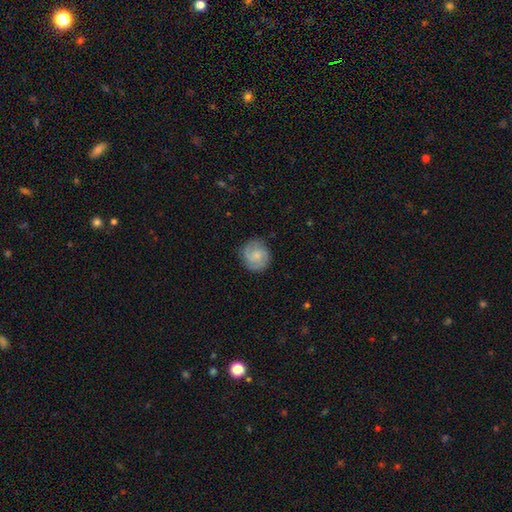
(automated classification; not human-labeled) The model was most divided on "spiral winding": tight: 53%, medium: 37%, loose: 10%. Remaining: edge-on disk — no (98%); spiral arms — yes (92%); merging — none (81%); bar — no (66%); smooth or featured — featured or disk (60%); spiral arm count — 2 (54%); bulge size — small (47%).